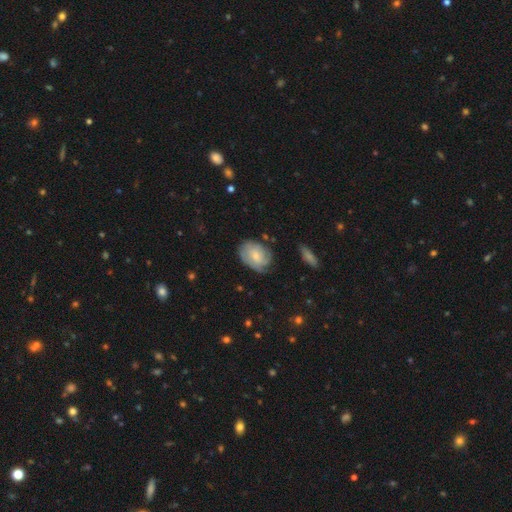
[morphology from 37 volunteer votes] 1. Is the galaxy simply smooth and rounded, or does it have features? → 59% featured or disk, 35% smooth, 5% star or artifact.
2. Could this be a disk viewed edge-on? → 91% no, 9% yes.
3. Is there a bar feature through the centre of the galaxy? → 70% no, 30% weak, 0% strong.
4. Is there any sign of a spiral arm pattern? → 65% yes, 35% no.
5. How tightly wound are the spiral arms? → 46% tight, 31% loose, 23% medium.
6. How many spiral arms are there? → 46% can't tell, 31% 2, 15% 3, 8% 1, 0% 4, 0% more than 4.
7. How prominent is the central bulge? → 55% small, 35% moderate, 10% none, 0% dominant, 0% large.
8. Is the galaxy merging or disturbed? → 57% none, 34% minor disturbance, 9% major disturbance, 0% merger.